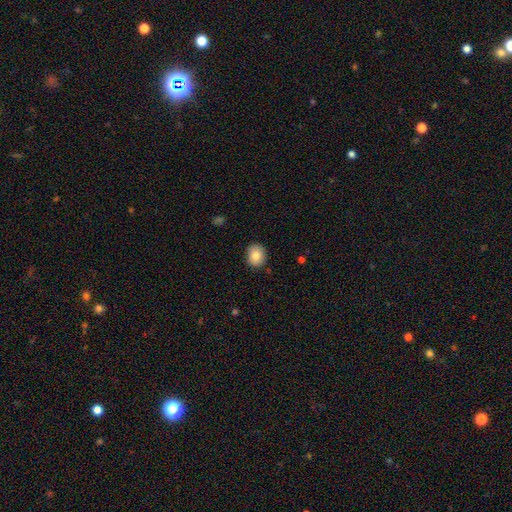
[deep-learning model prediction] The model was most divided on "how rounded": round: 68%, in between: 31%, cigar-shaped: 1%. More confident: merging — none (87%); smooth or featured — smooth (84%).